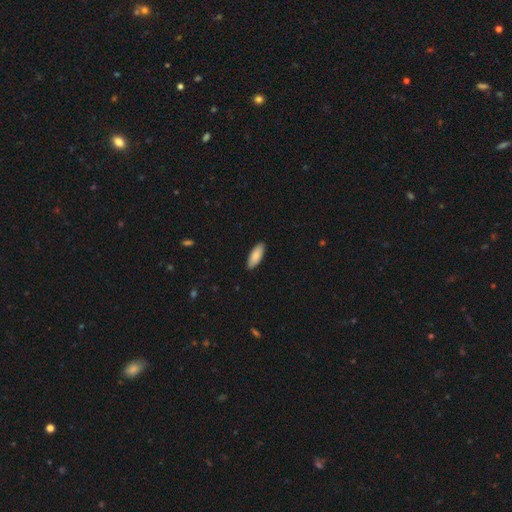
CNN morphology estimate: The model was most divided on "how rounded": in between: 75%, cigar-shaped: 24%, round: 2%. More confident: merging — none (90%); smooth or featured — smooth (86%).